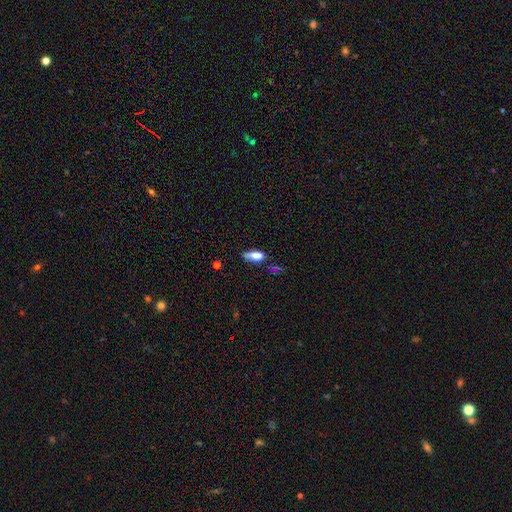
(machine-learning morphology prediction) A smooth galaxy with no disk features (77%) that is in between round and cigar-shaped (75%).

Vote fractions:
- Smooth or featured? smooth: 77% / featured or disk: 14% / star or artifact: 9%
- How rounded? in between: 75% / cigar-shaped: 21% / round: 3%
- Merging? none: 47% / minor disturbance: 33% / major disturbance: 13% / merger: 7%